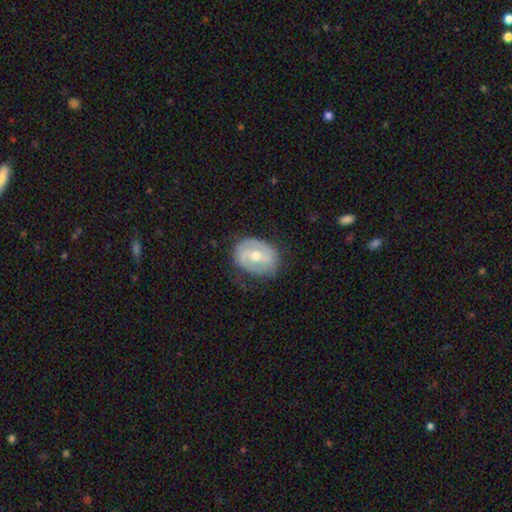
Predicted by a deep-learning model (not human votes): Smooth or featured? featured or disk (71%)
Edge-on disk? no (96%)
Bar? weak (45%)
Spiral arms? yes (70%)
Bulge size? moderate (69%)
Merging? none (69%)